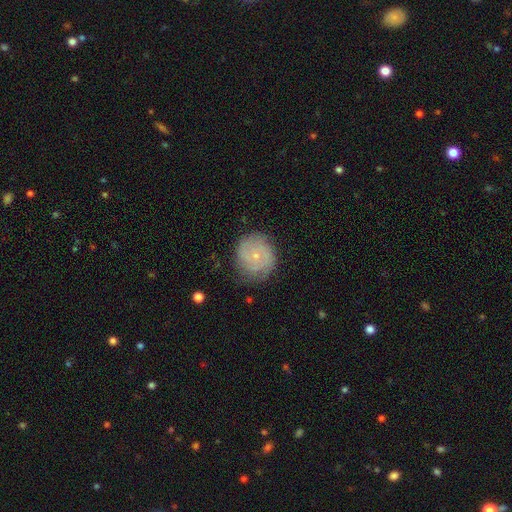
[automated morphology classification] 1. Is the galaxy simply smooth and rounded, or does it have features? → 54% featured or disk, 37% smooth, 9% star or artifact.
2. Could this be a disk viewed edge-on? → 97% no, 3% yes.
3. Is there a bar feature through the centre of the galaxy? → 84% no, 14% weak, 2% strong.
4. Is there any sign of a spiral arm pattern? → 79% yes, 21% no.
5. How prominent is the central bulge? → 80% small, 16% moderate, 2% none, 1% large, 1% dominant.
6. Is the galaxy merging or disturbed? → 72% none, 20% minor disturbance, 7% major disturbance, 1% merger.